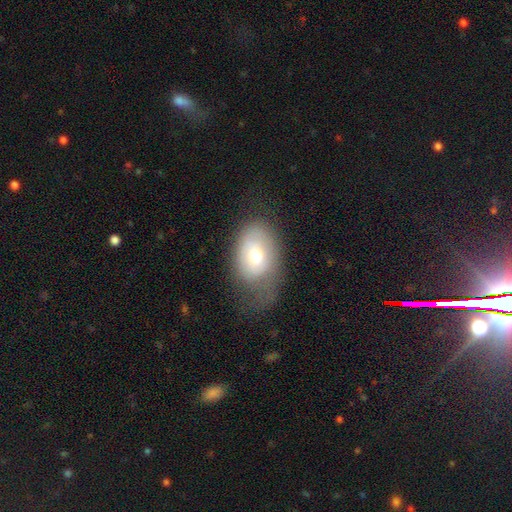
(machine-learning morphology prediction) Smooth or featured: smooth — 66% (featured or disk — 25%)
How rounded: in between — 81% (round — 18%)
Merging: none — 39% (minor disturbance — 33%)